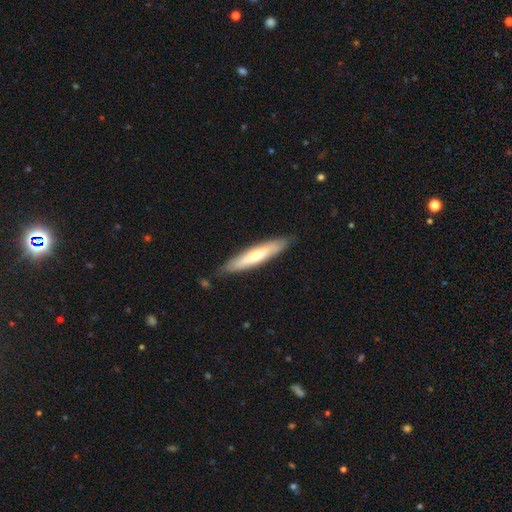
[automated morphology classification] smooth 54%, featured or disk 41%, star or artifact 5%. Down the decision tree: how rounded — cigar-shaped (85%); merging — none (84%).